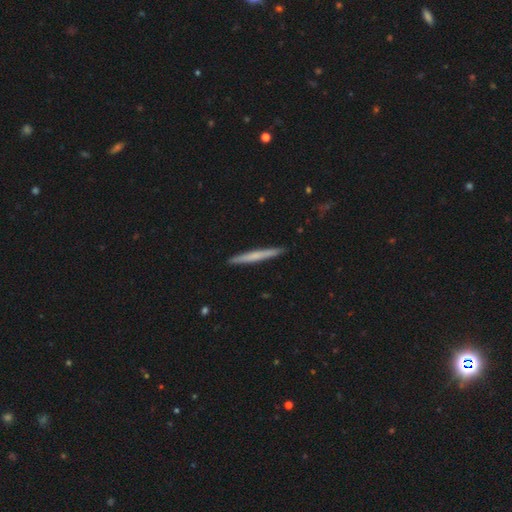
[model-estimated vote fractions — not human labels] A smooth galaxy with no disk features (55%) that is cigar-shaped (97%).

Vote fractions:
- Smooth or featured? smooth: 55% / featured or disk: 39% / star or artifact: 5%
- How rounded? cigar-shaped: 97% / in between: 2% / round: 1%
- Merging? none: 91% / minor disturbance: 6% / major disturbance: 1% / merger: 1%